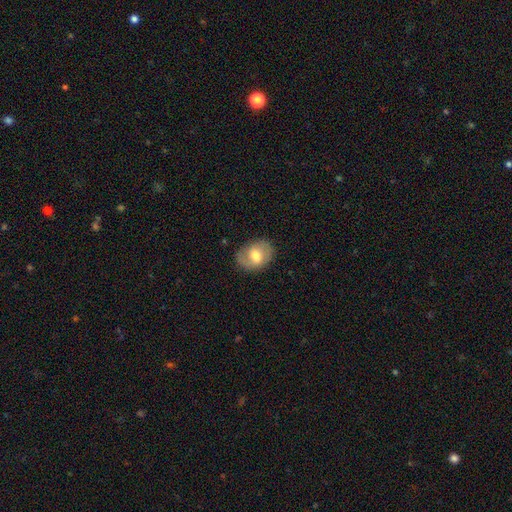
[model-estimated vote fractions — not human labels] This is possibly a smooth galaxy (48%). Merging: likely none (78%).